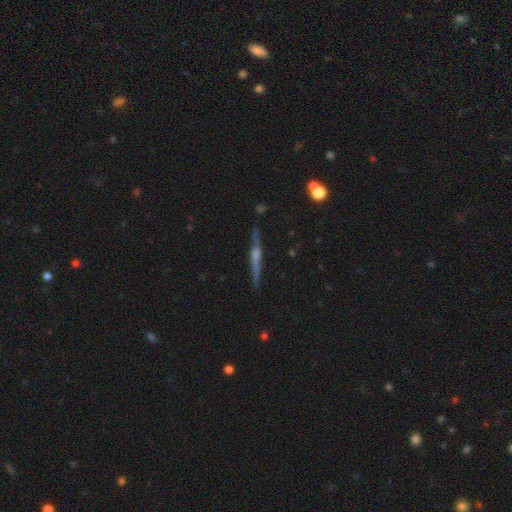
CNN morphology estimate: This appears to be a featured or disk galaxy (78%) viewed edge-on (98%) with a rounded central bulge (73%). Merging: none (89%).